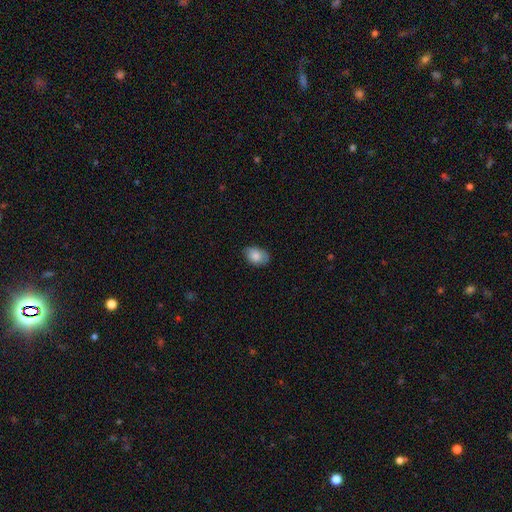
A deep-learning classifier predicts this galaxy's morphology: Smooth or featured? smooth (83%)
How rounded? in between (85%)
Merging? none (75%)